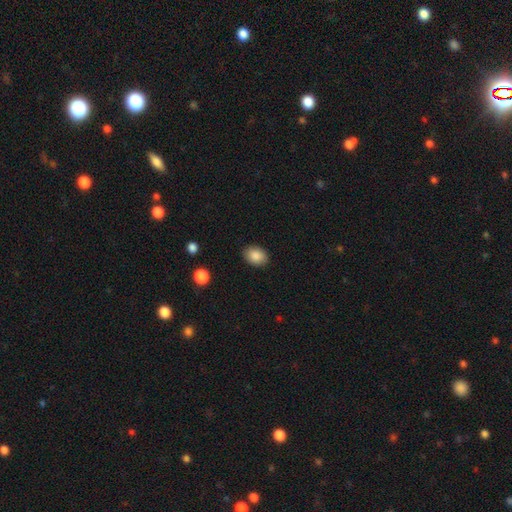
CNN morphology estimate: Overall: smooth (87%). How rounded: in between (75%). Merging: none (87%).